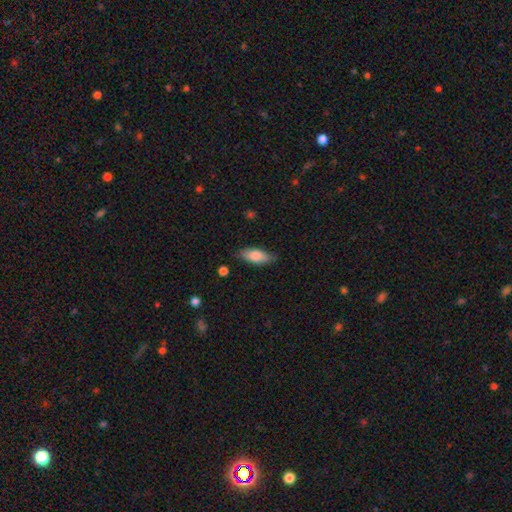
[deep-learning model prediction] This appears to be a smooth galaxy with no disk features (81%) that is in between round and cigar-shaped (79%). Merging: none (80%).